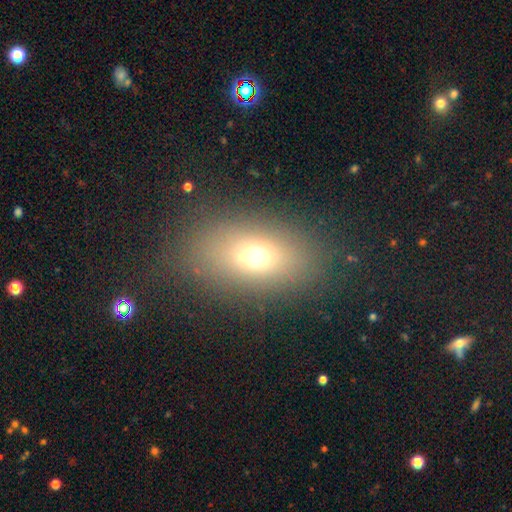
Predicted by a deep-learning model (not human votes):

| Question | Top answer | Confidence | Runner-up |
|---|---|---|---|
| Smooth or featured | smooth | 64% | star or artifact (18%) |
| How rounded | in between | 77% | round (20%) |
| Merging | none | 81% | minor disturbance (11%) |